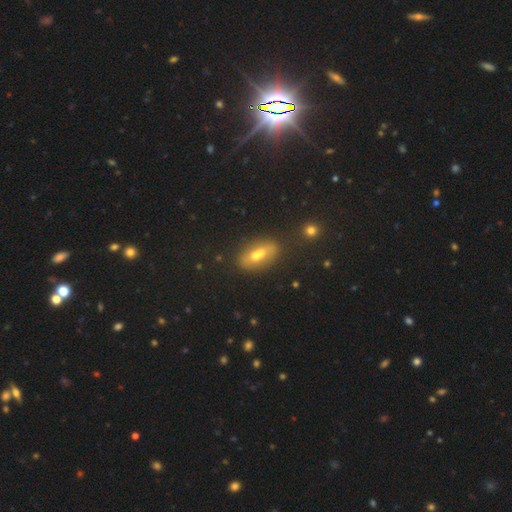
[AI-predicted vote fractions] This appears to be a smooth galaxy with no disk features (46%). Merging: none (76%).